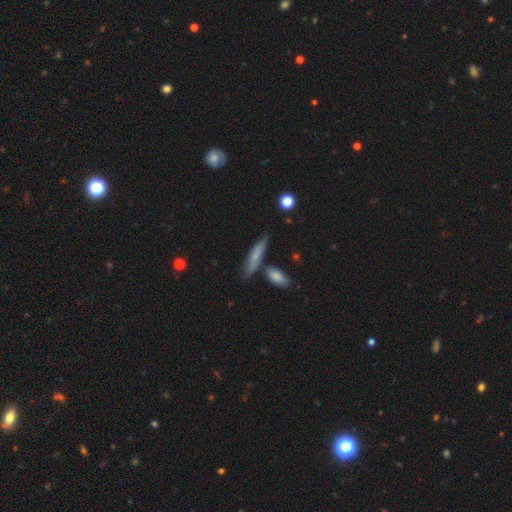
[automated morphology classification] The model was most divided on "smooth or featured": smooth: 64%, featured or disk: 29%, star or artifact: 7%. More confident: how rounded — cigar-shaped (79%); merging — none (72%).